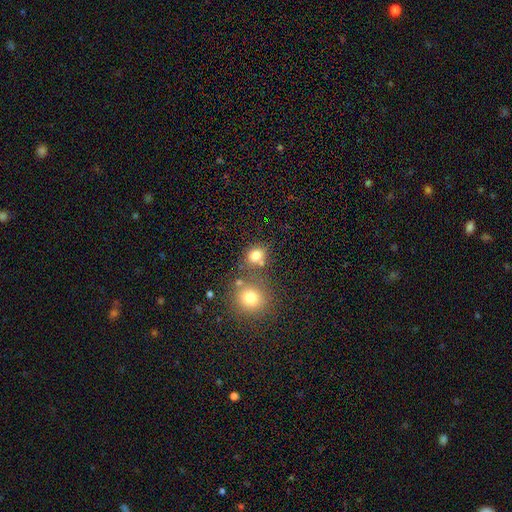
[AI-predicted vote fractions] Smooth or featured?
  - smooth: 76% *
  - star or artifact: 16%
  - featured or disk: 9%
How rounded?
  - round: 75% *
  - in between: 24%
  - cigar-shaped: 1%
Merging?
  - none: 63% *
  - merger: 22%
  - minor disturbance: 11%
  - major disturbance: 5%